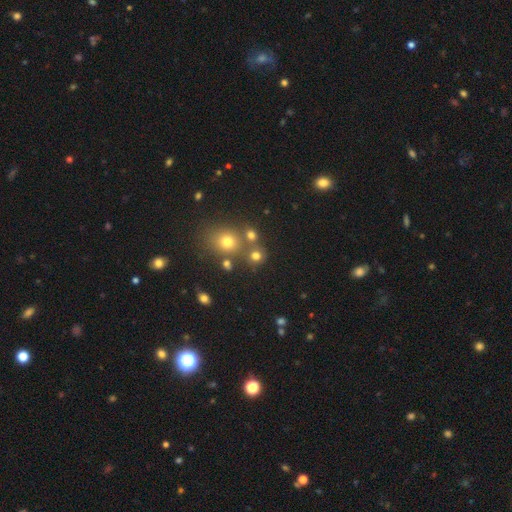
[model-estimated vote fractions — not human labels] smooth 73%, star or artifact 19%, featured or disk 8%. Down the decision tree: how rounded — round (85%); merging — none (66%).